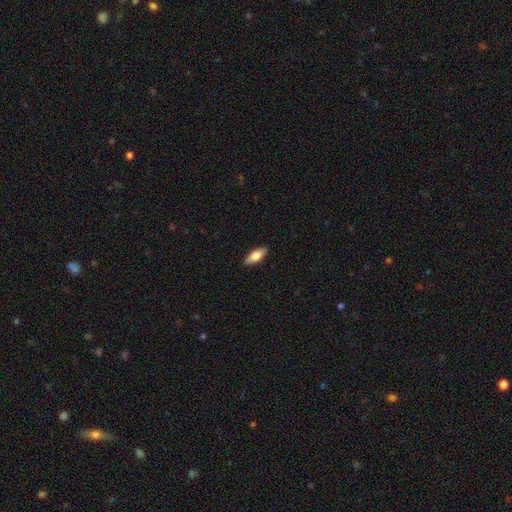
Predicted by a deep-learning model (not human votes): The model was most divided on "smooth or featured": smooth: 73%, featured or disk: 21%, star or artifact: 6%. More confident: merging — none (88%); how rounded — in between (76%).